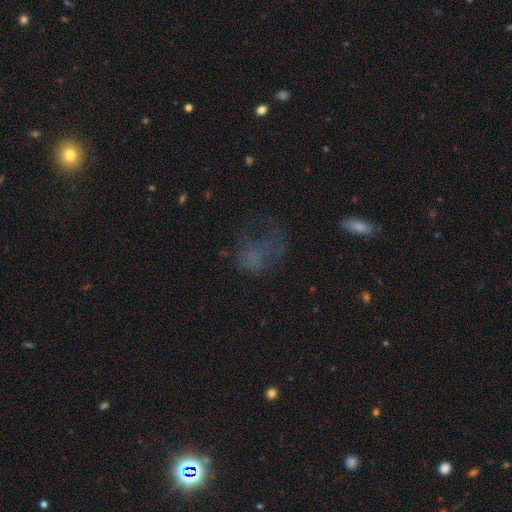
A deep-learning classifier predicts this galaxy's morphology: A smooth galaxy with no disk features (45%).

Vote fractions:
- Smooth or featured? smooth: 45% / featured or disk: 32% / star or artifact: 23%
- Merging? major disturbance: 43% / none: 36% / minor disturbance: 18% / merger: 3%